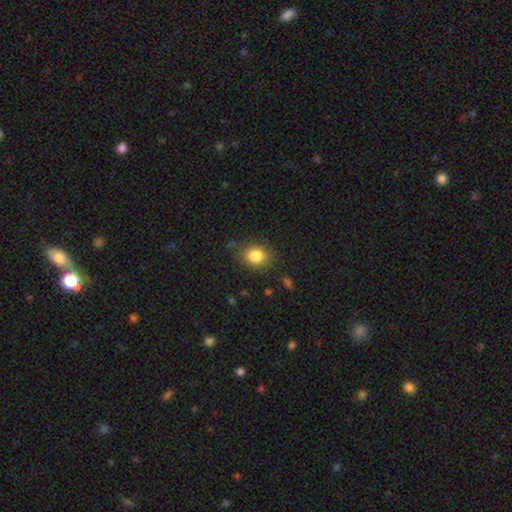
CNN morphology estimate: This is clearly a smooth galaxy (83%). How rounded: likely round (62%). Merging: clearly none (84%).